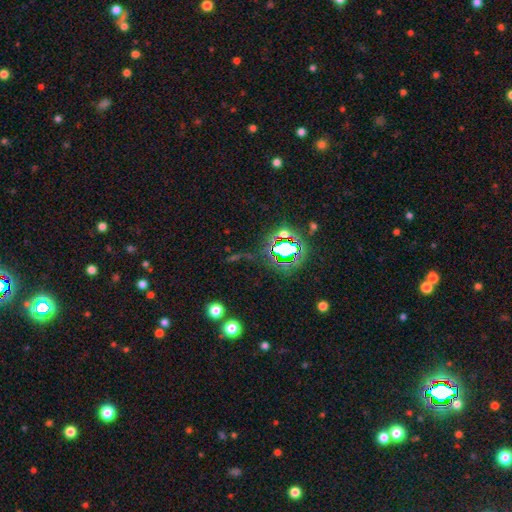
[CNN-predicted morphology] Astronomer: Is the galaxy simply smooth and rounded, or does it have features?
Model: star or artifact — 80%.